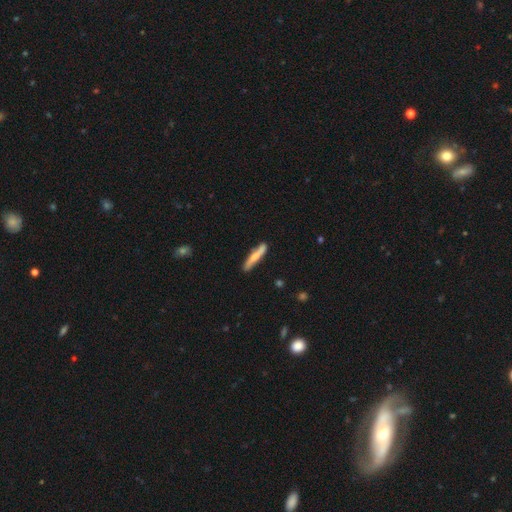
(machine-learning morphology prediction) This appears to be a smooth galaxy with no disk features (58%) that is cigar-shaped (92%). Merging: none (81%).